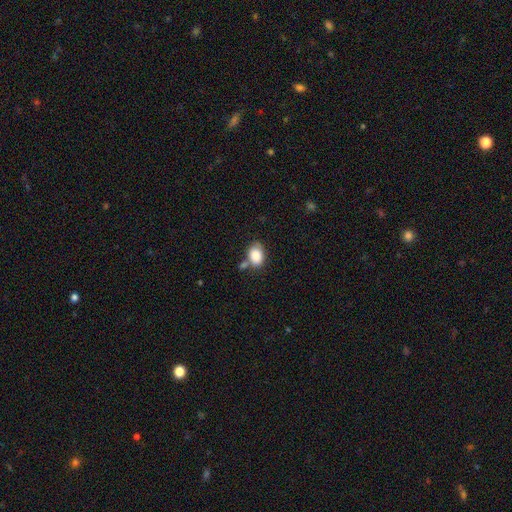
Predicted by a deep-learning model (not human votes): smooth_or_featured: smooth (p=0.86) [alt: star or artifact p=0.08]
how_rounded: in between (p=0.76) [alt: round p=0.22]
merging: none (p=0.53) [alt: merger p=0.22]